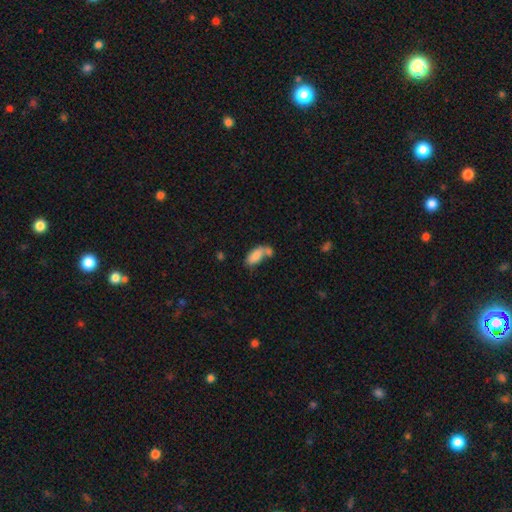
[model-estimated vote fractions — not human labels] A smooth galaxy with no disk features (83%) that is in between round and cigar-shaped (87%).

Vote fractions:
- Smooth or featured? smooth: 83% / featured or disk: 9% / star or artifact: 8%
- How rounded? in between: 87% / cigar-shaped: 10% / round: 3%
- Merging? merger: 44% / none: 34% / minor disturbance: 15% / major disturbance: 8%